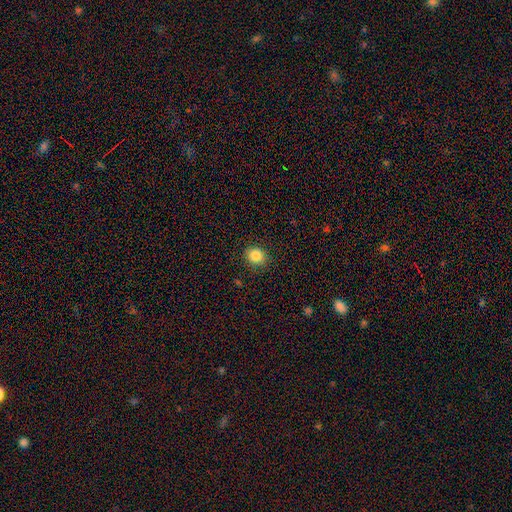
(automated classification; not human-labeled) This is clearly a smooth galaxy (85%). How rounded: likely round (78%). Merging: clearly none (89%).